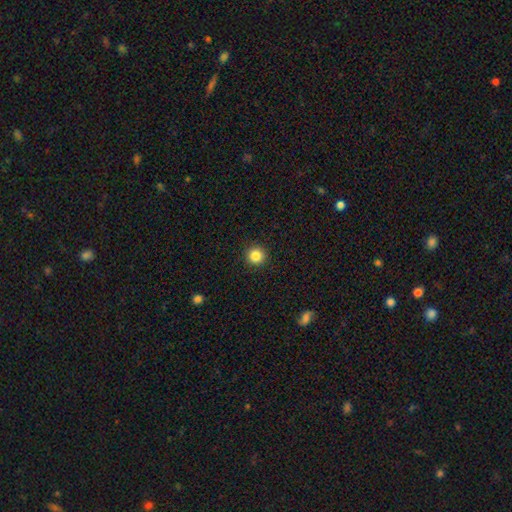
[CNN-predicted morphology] smooth 85%, star or artifact 11%, featured or disk 4%. Down the decision tree: how rounded — round (96%); merging — none (93%).